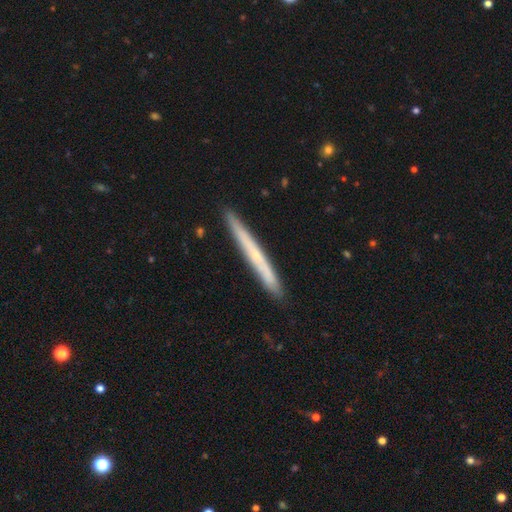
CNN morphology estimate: Smooth or featured? Predicted: featured or disk (p=0.56). Edge-on disk? Predicted: yes (p=0.96). Edge-on bulge? Predicted: none (p=0.63). Merging? Predicted: none (p=0.91).